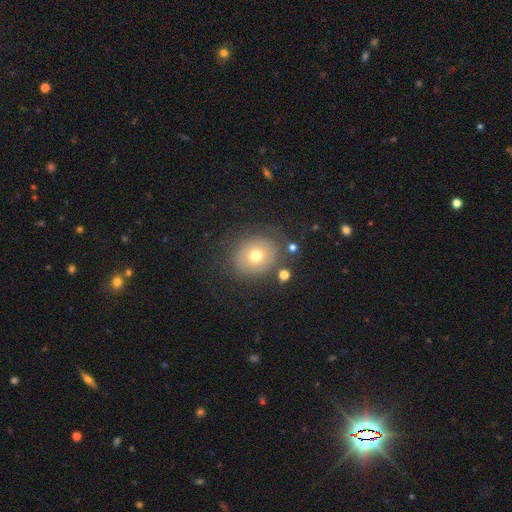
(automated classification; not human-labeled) Q: Smooth or featured?
A: smooth (58%); runner-up: featured or disk (31%)
Q: How rounded?
A: round (66%); runner-up: in between (33%)
Q: Merging?
A: none (75%); runner-up: minor disturbance (14%)